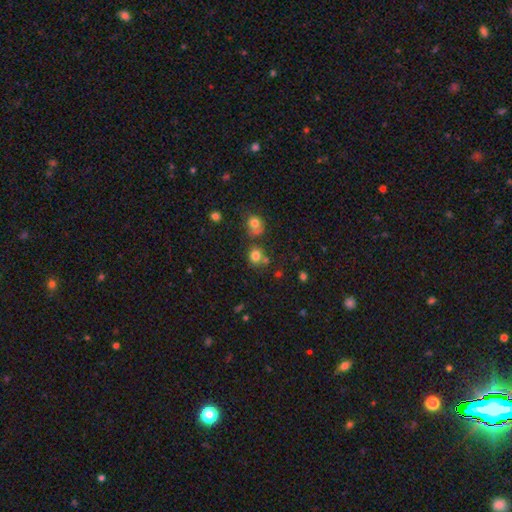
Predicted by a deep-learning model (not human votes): A smooth galaxy with no disk features (79%) that is round (77%).

Vote fractions:
- Smooth or featured? smooth: 79% / star or artifact: 14% / featured or disk: 7%
- How rounded? round: 77% / in between: 22% / cigar-shaped: 1%
- Merging? none: 63% / merger: 18% / minor disturbance: 14% / major disturbance: 5%